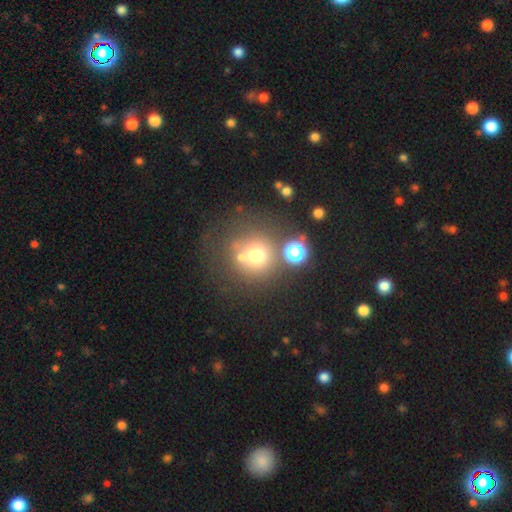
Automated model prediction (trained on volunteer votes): Smooth or featured: smooth — 67% (star or artifact — 19%)
How rounded: round — 92% (in between — 7%)
Merging: none — 62% (merger — 20%)